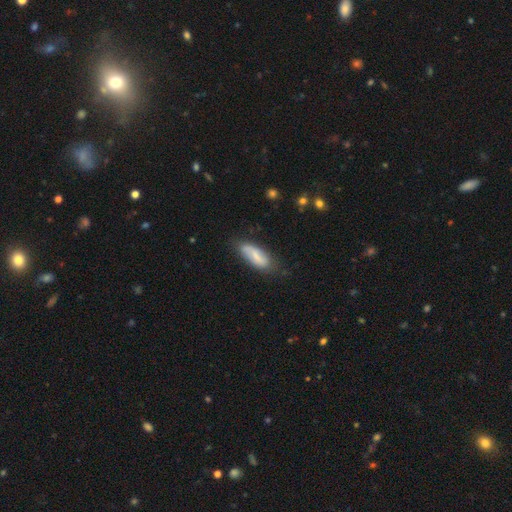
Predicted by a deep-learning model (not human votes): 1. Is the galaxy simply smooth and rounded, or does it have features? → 61% smooth, 33% featured or disk, 6% star or artifact.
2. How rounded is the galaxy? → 71% in between, 26% cigar-shaped, 2% round.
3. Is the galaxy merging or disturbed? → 74% none, 20% minor disturbance, 4% major disturbance, 2% merger.